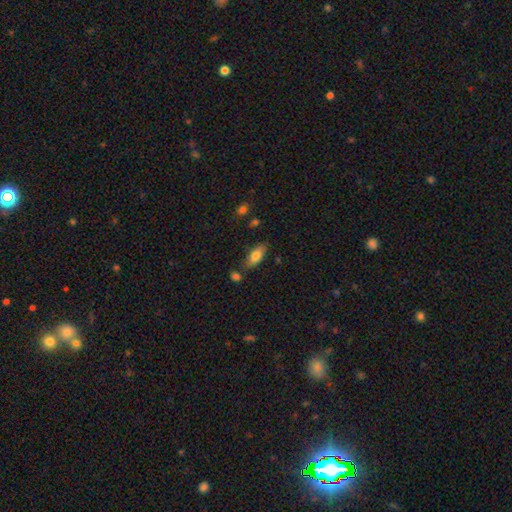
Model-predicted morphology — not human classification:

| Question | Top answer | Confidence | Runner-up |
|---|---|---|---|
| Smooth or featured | smooth | 76% | featured or disk (17%) |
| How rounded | in between | 78% | cigar-shaped (20%) |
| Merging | none | 73% | minor disturbance (16%) |